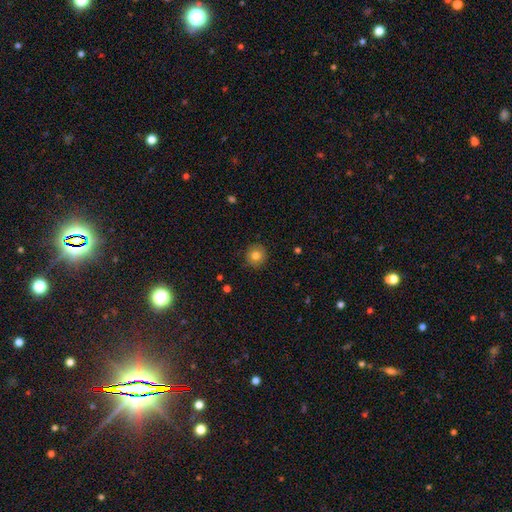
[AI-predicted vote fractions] A smooth galaxy with no disk features (78%) that is round (93%). Merging: none (88%).